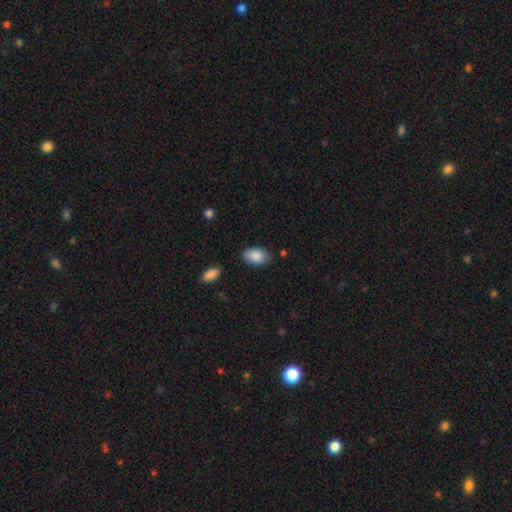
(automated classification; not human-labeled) Smooth or featured?
  - smooth: 87% *
  - featured or disk: 7%
  - star or artifact: 6%
How rounded?
  - in between: 93% *
  - round: 6%
  - cigar-shaped: 1%
Merging?
  - none: 80% *
  - minor disturbance: 15%
  - major disturbance: 3%
  - merger: 2%